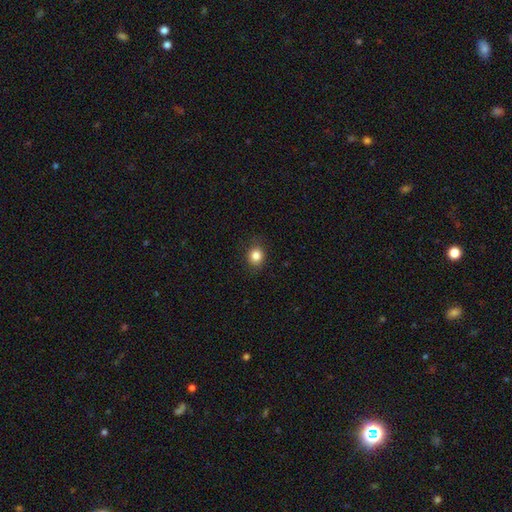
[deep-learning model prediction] The model was most divided on "how rounded": round: 71%, in between: 28%, cigar-shaped: 1%. More confident: merging — none (86%); smooth or featured — smooth (84%).